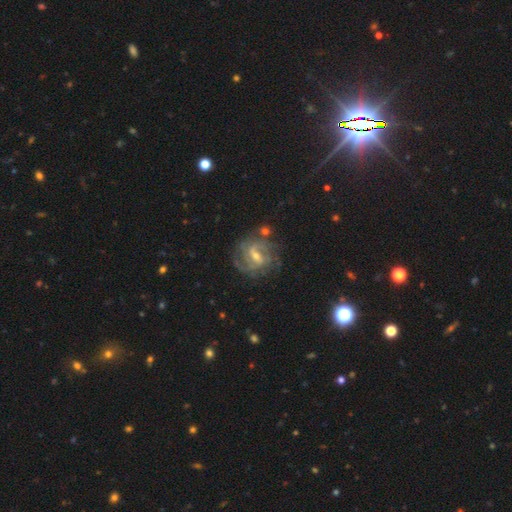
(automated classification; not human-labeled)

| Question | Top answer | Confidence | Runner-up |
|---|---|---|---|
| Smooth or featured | featured or disk | 85% | star or artifact (8%) |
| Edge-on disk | no | 97% | yes (3%) |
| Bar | weak | 53% | strong (31%) |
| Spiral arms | yes | 95% | no (5%) |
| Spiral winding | tight | 46% | medium (42%) |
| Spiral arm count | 2 | 37% | can't tell (24%) |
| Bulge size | small | 52% | moderate (43%) |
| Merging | none | 73% | minor disturbance (15%) |